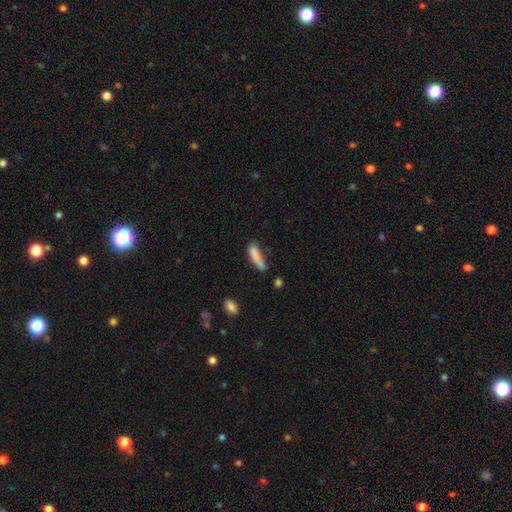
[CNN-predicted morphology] type=smooth (82%); roundness=cigar-shaped (72%); merging=none (54%).